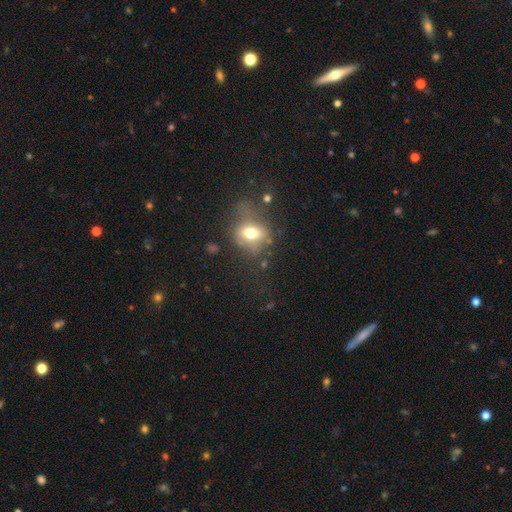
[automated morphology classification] type=smooth (44%); merging=none (59%).